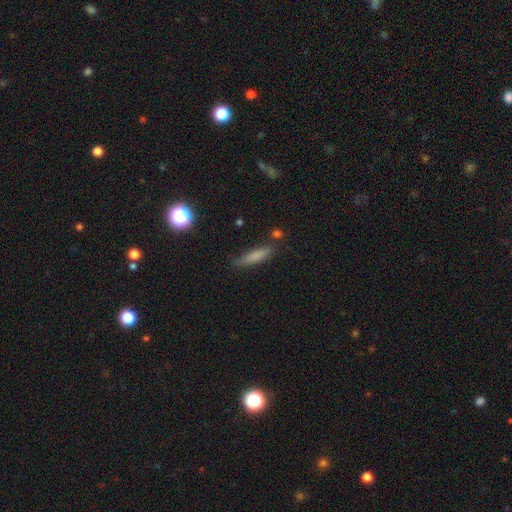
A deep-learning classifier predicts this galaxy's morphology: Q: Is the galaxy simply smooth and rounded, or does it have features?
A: smooth — 73%.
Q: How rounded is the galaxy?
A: cigar-shaped — 79%.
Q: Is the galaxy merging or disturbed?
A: none — 72%.